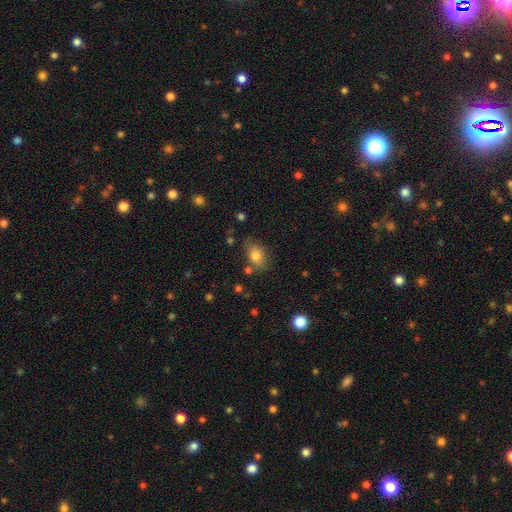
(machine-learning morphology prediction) A smooth galaxy with no disk features (82%) that is in between round and cigar-shaped (79%). Merging: none (72%).